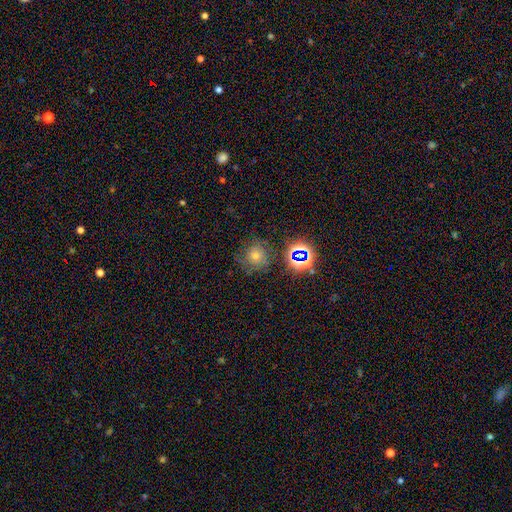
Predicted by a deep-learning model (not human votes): This appears to be a smooth galaxy with no disk features (42%). Merging: none (72%).